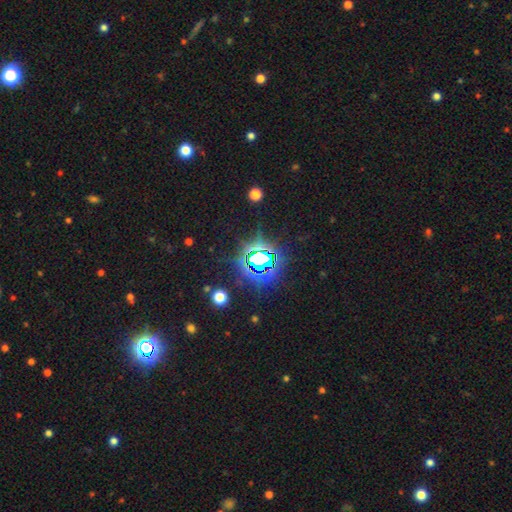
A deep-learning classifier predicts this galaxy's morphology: Q: Smooth or featured?
A: star or artifact (82%); runner-up: smooth (11%)